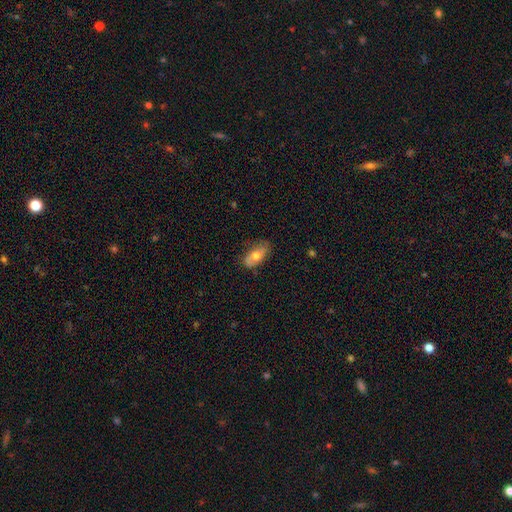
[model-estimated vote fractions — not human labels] The model was most divided on "smooth or featured": smooth: 63%, featured or disk: 31%, star or artifact: 7%. More confident: how rounded — in between (86%); merging — none (74%).